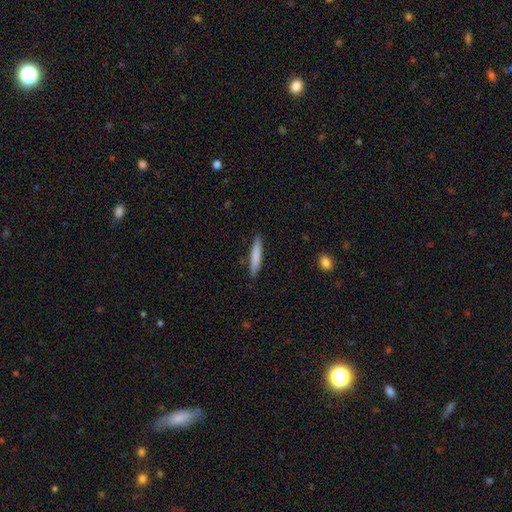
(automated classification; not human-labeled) smooth-or-featured: smooth: 78% | featured or disk: 17% | star or artifact: 6%
  how-rounded: cigar-shaped: 93% | in between: 6% | round: 1%
  merging: none: 89% | minor disturbance: 8% | major disturbance: 2% | merger: 1%